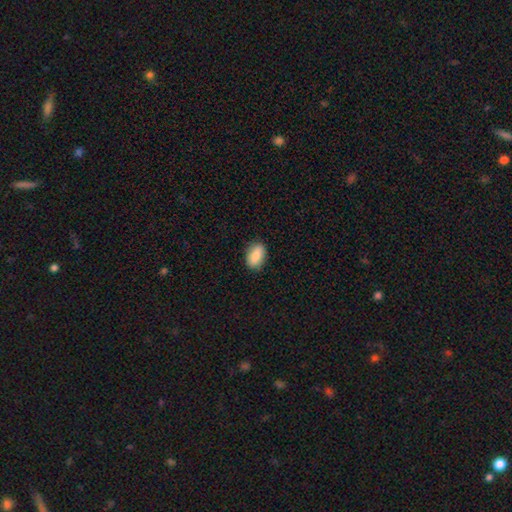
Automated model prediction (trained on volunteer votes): A smooth galaxy with no disk features (86%) that is in between round and cigar-shaped (89%).

Vote fractions:
- Smooth or featured? smooth: 86% / star or artifact: 7% / featured or disk: 7%
- How rounded? in between: 89% / round: 8% / cigar-shaped: 3%
- Merging? none: 84% / minor disturbance: 12% / major disturbance: 3% / merger: 1%